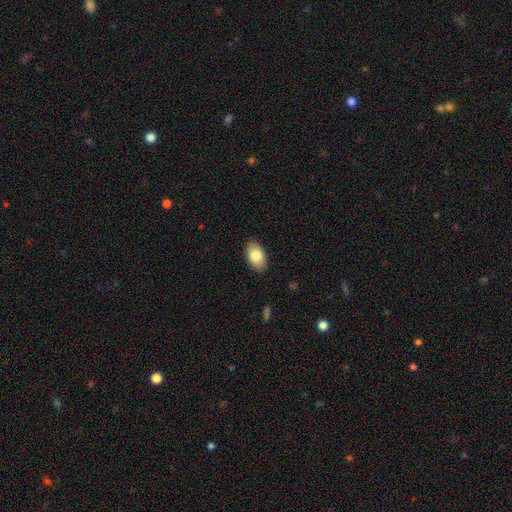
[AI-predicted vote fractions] Smooth or featured: smooth — 83% (featured or disk — 10%)
How rounded: in between — 93% (round — 6%)
Merging: none — 88% (minor disturbance — 9%)